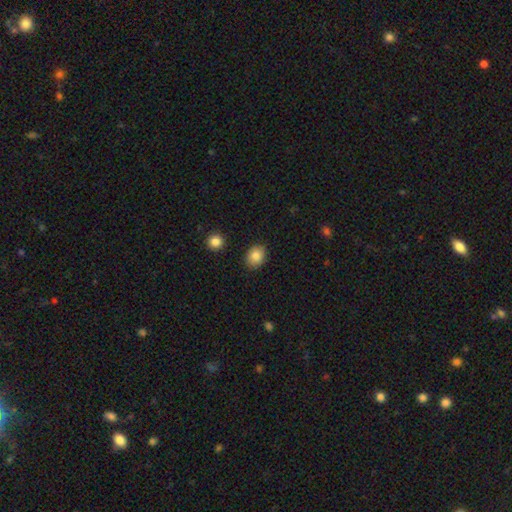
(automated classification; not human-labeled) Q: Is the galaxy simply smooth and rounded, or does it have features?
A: smooth — 86%.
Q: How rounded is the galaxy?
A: in between — 52%.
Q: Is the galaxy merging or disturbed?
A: none — 86%.